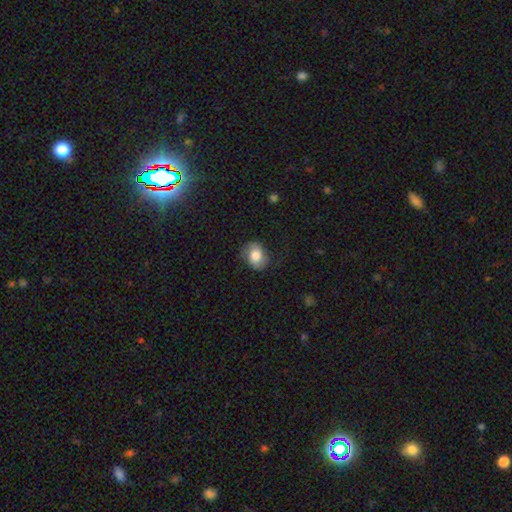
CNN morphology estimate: The model was most divided on "how rounded": in between: 61%, round: 38%, cigar-shaped: 1%. More confident: merging — none (69%); smooth or featured — smooth (66%).